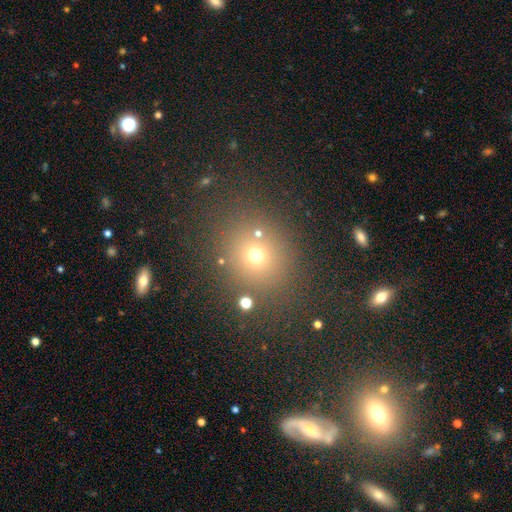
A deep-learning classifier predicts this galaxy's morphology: Smooth or featured: smooth — 65% (star or artifact — 24%)
How rounded: round — 80% (in between — 19%)
Merging: none — 79% (minor disturbance — 10%)